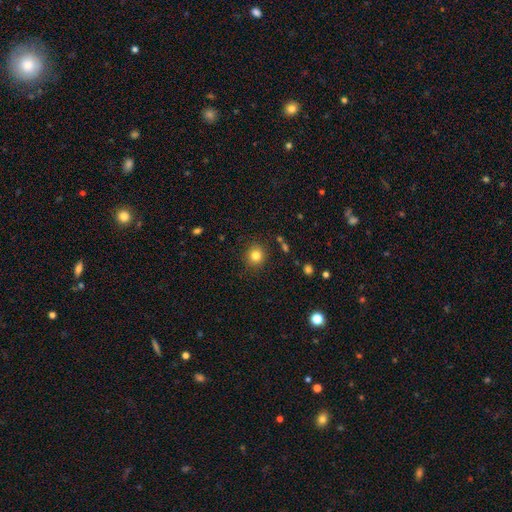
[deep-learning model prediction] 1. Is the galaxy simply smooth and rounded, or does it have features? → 82% smooth, 12% star or artifact, 6% featured or disk.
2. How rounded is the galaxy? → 90% round, 9% in between, 1% cigar-shaped.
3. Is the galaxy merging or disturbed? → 88% none, 7% minor disturbance, 3% major disturbance, 2% merger.